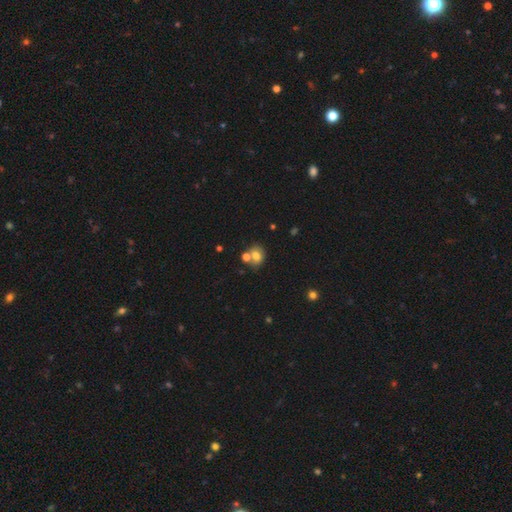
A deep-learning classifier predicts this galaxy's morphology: Smooth or featured? smooth (73%)
How rounded? round (57%)
Merging? none (53%)